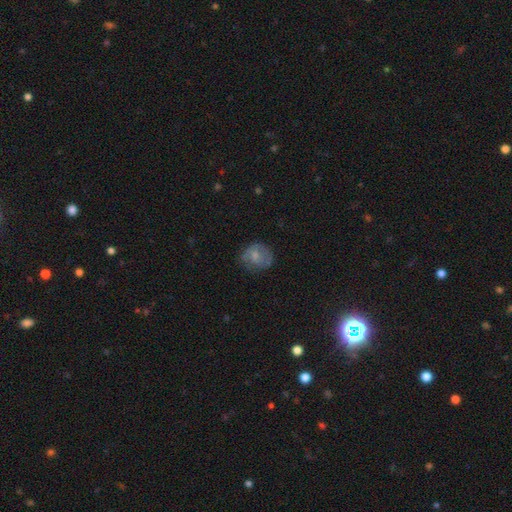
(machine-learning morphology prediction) smooth 55%, featured or disk 37%, star or artifact 8%. Down the decision tree: how rounded — round (70%); merging — none (58%).